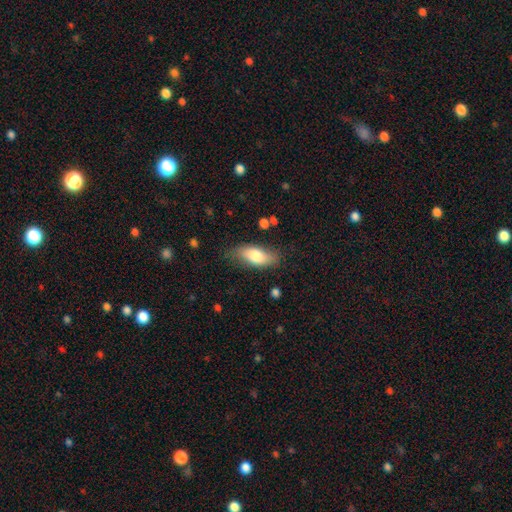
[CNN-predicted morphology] The model was most divided on "merging": none: 75%, minor disturbance: 19%, major disturbance: 5%, merger: 2%. More confident: how rounded — in between (80%); smooth or featured — smooth (75%).